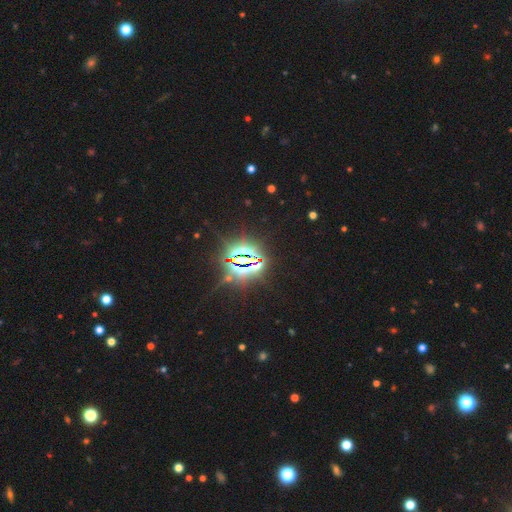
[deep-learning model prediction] This appears to be a star or artifact, not a galaxy (84%).